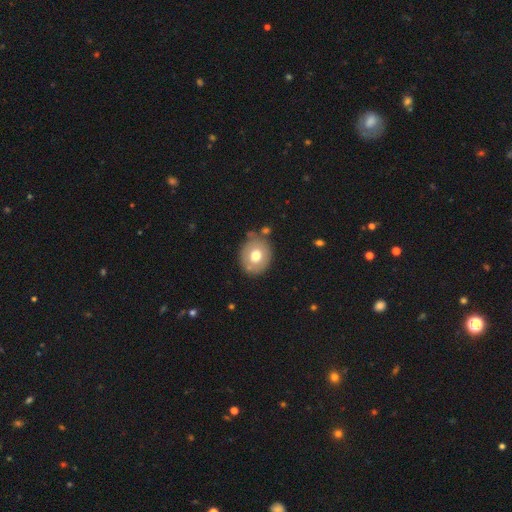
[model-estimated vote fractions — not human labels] smooth 67%, featured or disk 25%, star or artifact 8%. Down the decision tree: how rounded — round (67%); merging — none (74%).